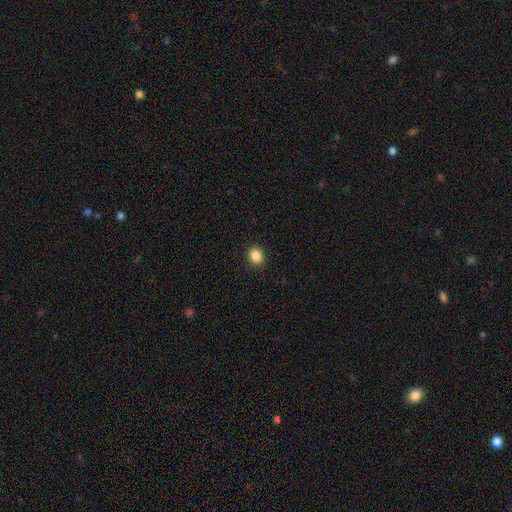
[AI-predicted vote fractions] Smooth or featured?
  - smooth: 87% *
  - star or artifact: 10%
  - featured or disk: 3%
How rounded?
  - round: 68% *
  - in between: 31%
  - cigar-shaped: 1%
Merging?
  - none: 91% *
  - minor disturbance: 6%
  - major disturbance: 2%
  - merger: 1%